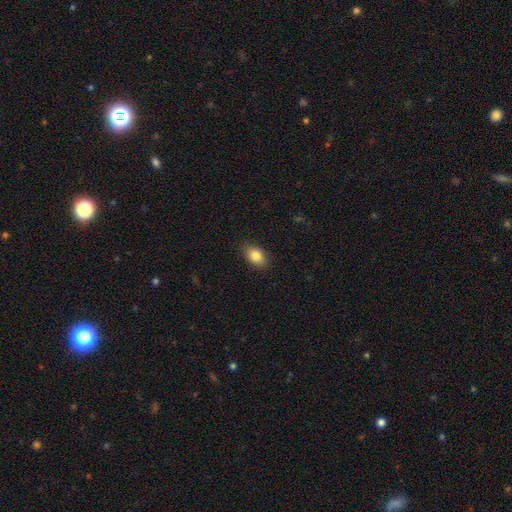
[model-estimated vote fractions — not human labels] Smooth or featured?
  - smooth: 84% *
  - star or artifact: 8%
  - featured or disk: 8%
How rounded?
  - in between: 82% *
  - round: 16%
  - cigar-shaped: 2%
Merging?
  - none: 85% *
  - minor disturbance: 12%
  - major disturbance: 2%
  - merger: 1%